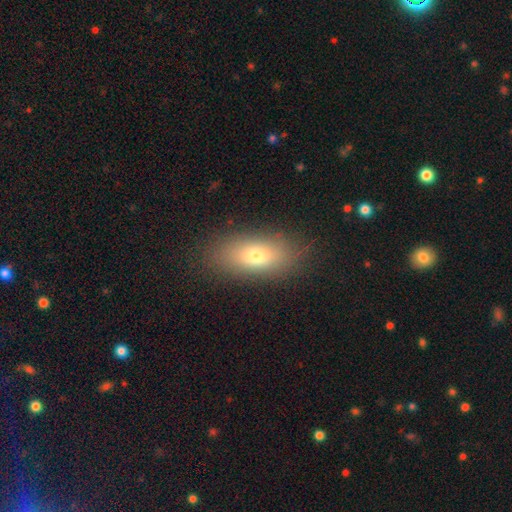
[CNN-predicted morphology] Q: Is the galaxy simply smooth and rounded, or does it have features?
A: smooth — 71%.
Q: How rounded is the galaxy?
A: in between — 81%.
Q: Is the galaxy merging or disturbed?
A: none — 86%.